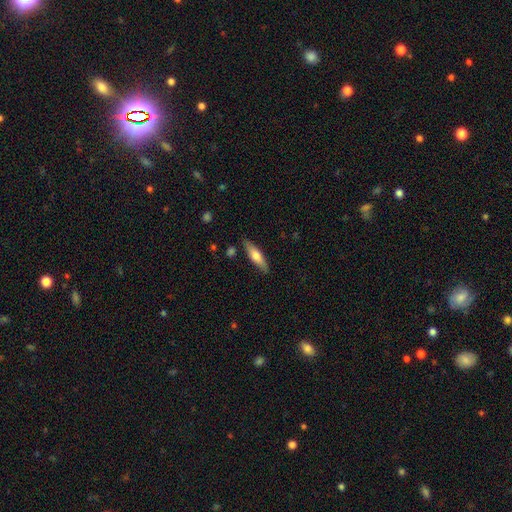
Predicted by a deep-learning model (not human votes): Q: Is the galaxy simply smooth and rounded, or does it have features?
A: smooth — 57%.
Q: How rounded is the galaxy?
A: cigar-shaped — 67%.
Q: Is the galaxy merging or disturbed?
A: none — 85%.